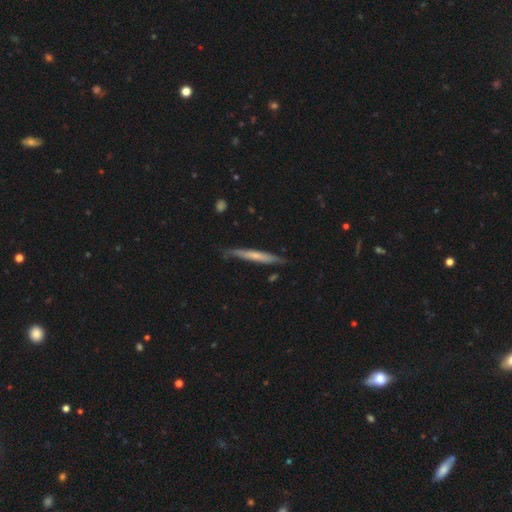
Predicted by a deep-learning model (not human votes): This is possibly a smooth galaxy (49%). Merging: clearly none (80%).